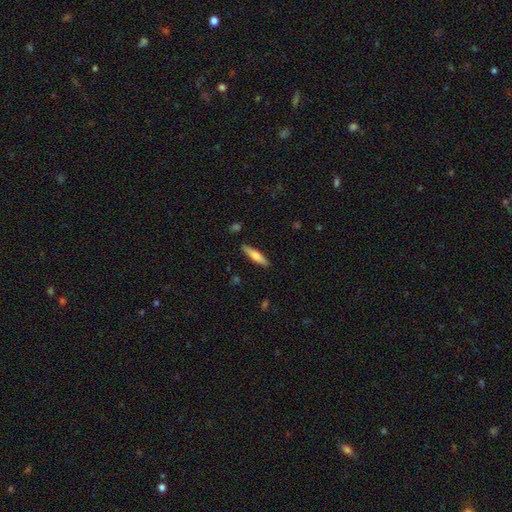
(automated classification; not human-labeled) Morphology: type=smooth (70%); roundness=cigar-shaped (77%); merging=none (87%).